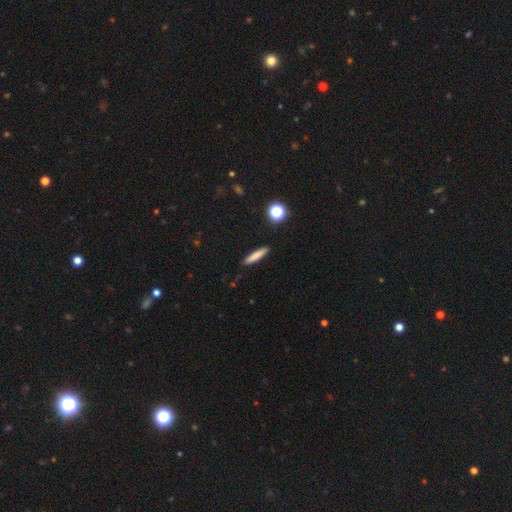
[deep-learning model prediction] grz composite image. It shows a smooth galaxy with no disk features (78%) that is cigar-shaped (87%). Merging: none (90%).